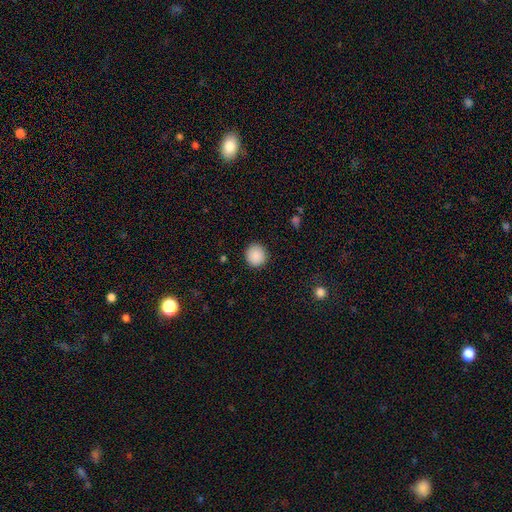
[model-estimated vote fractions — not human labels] smooth-or-featured: smooth: 90% | star or artifact: 8% | featured or disk: 3%
  how-rounded: round: 93% | in between: 6% | cigar-shaped: 1%
  merging: none: 91% | minor disturbance: 6% | major disturbance: 2% | merger: 1%